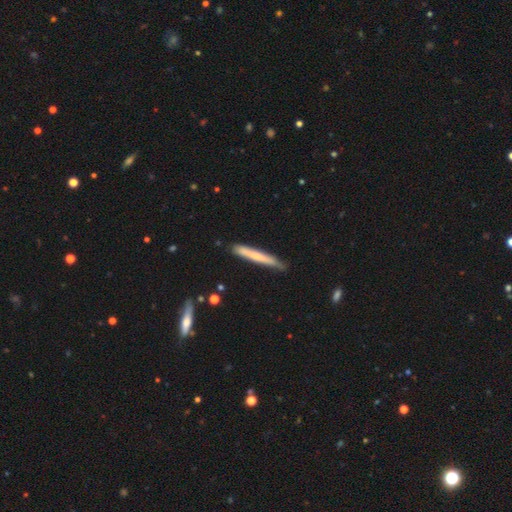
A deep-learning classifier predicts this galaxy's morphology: Overall: smooth (60%; featured or disk 34%). How rounded: cigar-shaped (96%). Merging: none (82%).